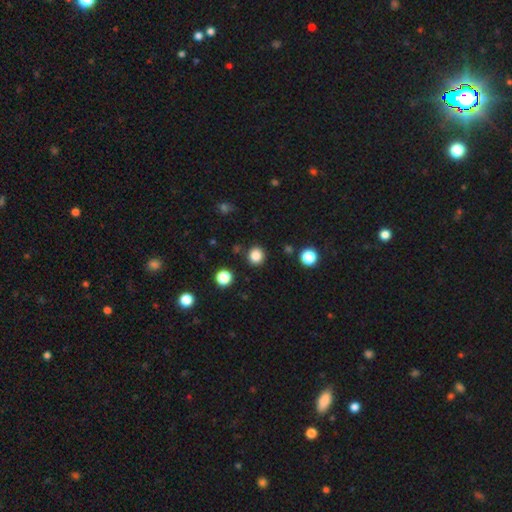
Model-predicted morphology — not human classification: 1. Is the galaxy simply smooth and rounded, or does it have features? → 84% smooth, 12% star or artifact, 4% featured or disk.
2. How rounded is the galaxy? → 89% round, 10% in between, 1% cigar-shaped.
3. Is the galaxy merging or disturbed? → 89% none, 7% minor disturbance, 3% merger, 2% major disturbance.